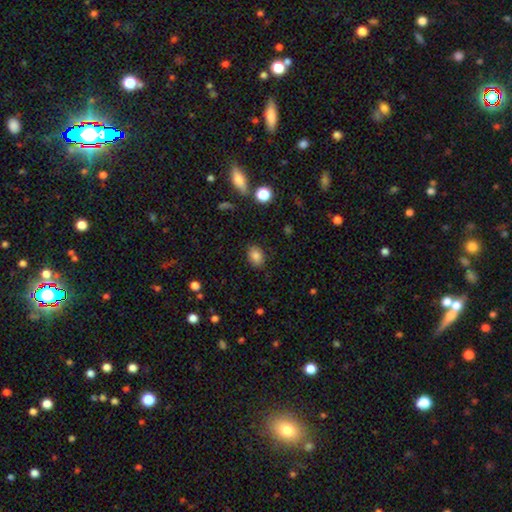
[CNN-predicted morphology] Q: Smooth or featured?
A: smooth (83%); runner-up: star or artifact (10%)
Q: How rounded?
A: in between (69%); runner-up: round (30%)
Q: Merging?
A: none (85%); runner-up: minor disturbance (10%)